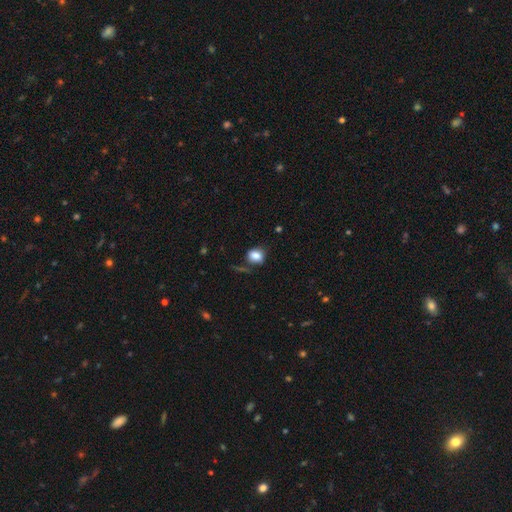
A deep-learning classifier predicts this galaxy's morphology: The model was most divided on "how rounded": in between: 52%, round: 47%, cigar-shaped: 1%. More confident: smooth or featured — smooth (82%); merging — none (63%).